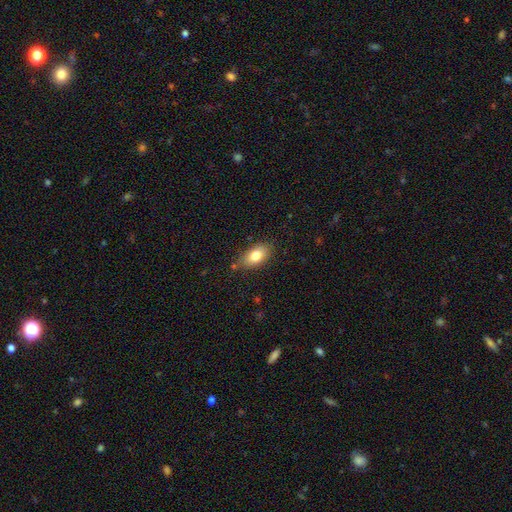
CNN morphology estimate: Smooth or featured? smooth (80%)
How rounded? in between (90%)
Merging? none (77%)